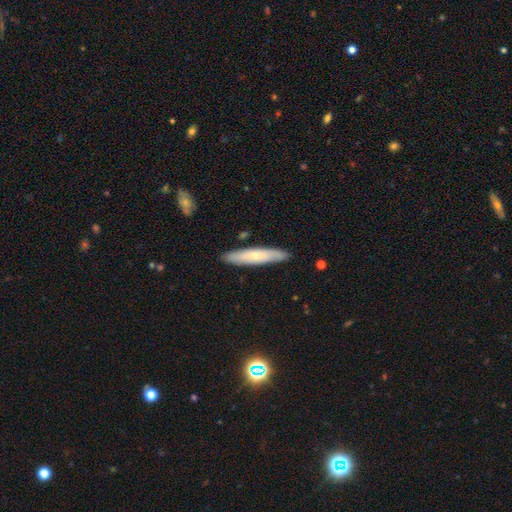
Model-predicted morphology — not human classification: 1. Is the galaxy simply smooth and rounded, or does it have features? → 58% smooth, 36% featured or disk, 6% star or artifact.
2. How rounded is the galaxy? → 87% cigar-shaped, 11% in between, 1% round.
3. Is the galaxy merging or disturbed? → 88% none, 9% minor disturbance, 2% major disturbance, 1% merger.